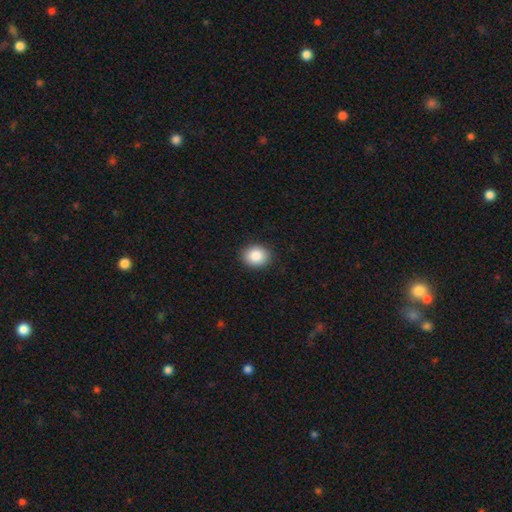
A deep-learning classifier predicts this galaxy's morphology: Overall: smooth (87%). How rounded: round (59%; in between 40%). Merging: none (90%).